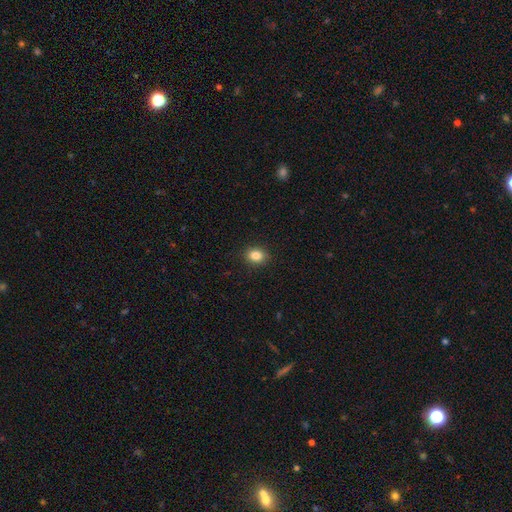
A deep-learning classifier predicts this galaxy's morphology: The model was most divided on "how rounded": in between: 51%, round: 48%, cigar-shaped: 1%. More confident: merging — none (90%); smooth or featured — smooth (85%).